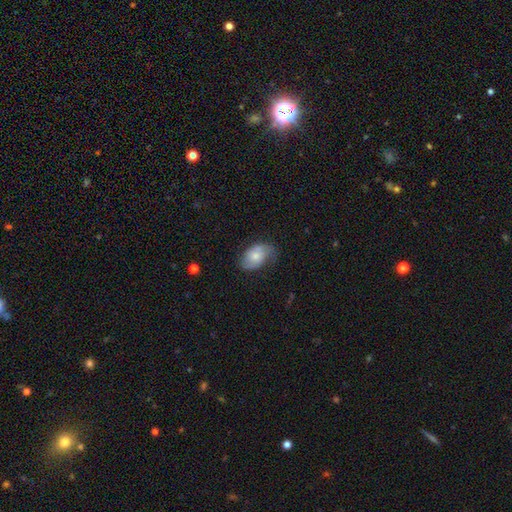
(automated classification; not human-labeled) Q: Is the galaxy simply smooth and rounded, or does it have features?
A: smooth — 56%.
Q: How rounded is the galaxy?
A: in between — 89%.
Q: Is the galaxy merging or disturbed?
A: none — 55%.